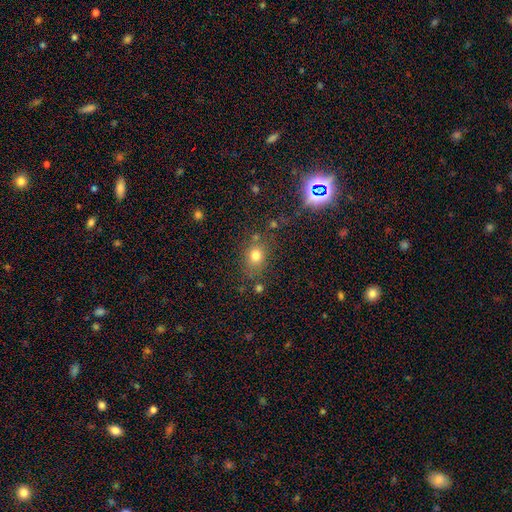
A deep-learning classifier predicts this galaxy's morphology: smooth 75%, star or artifact 15%, featured or disk 9%. Down the decision tree: how rounded — round (56%); merging — none (71%).